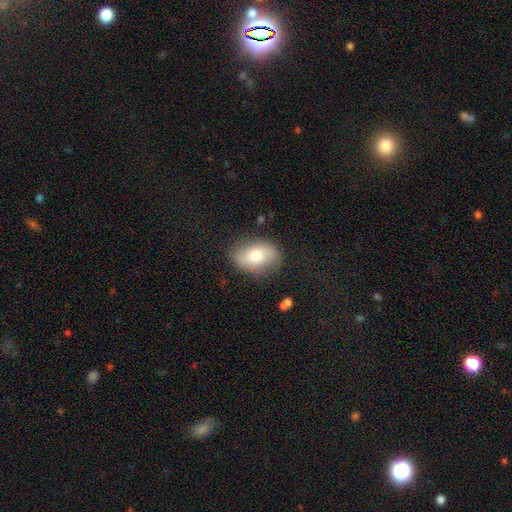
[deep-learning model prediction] A smooth galaxy with no disk features (68%) that is in between round and cigar-shaped (84%). Merging: none (79%).